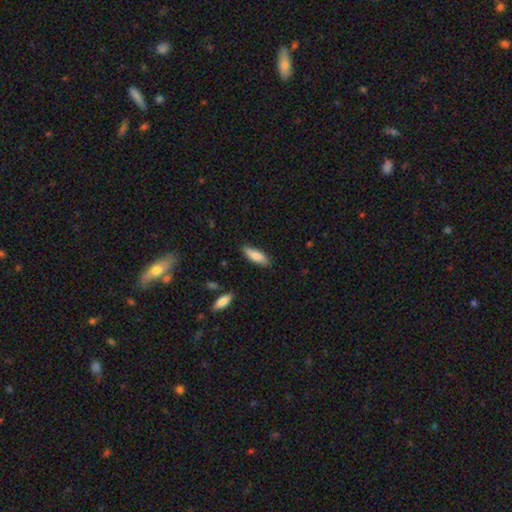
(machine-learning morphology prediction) smooth_or_featured: smooth (p=0.81) [alt: featured or disk p=0.13]
how_rounded: in between (p=0.61) [alt: cigar-shaped p=0.37]
merging: none (p=0.80) [alt: minor disturbance p=0.16]